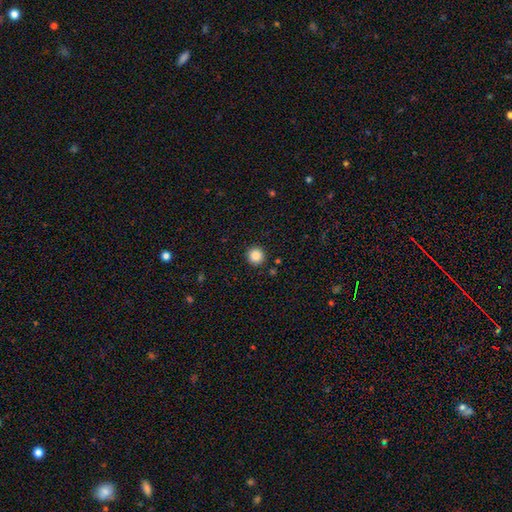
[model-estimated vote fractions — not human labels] smooth_or_featured: smooth (p=0.87) [alt: star or artifact p=0.10]
how_rounded: round (p=0.96) [alt: in between p=0.03]
merging: none (p=0.92) [alt: minor disturbance p=0.05]